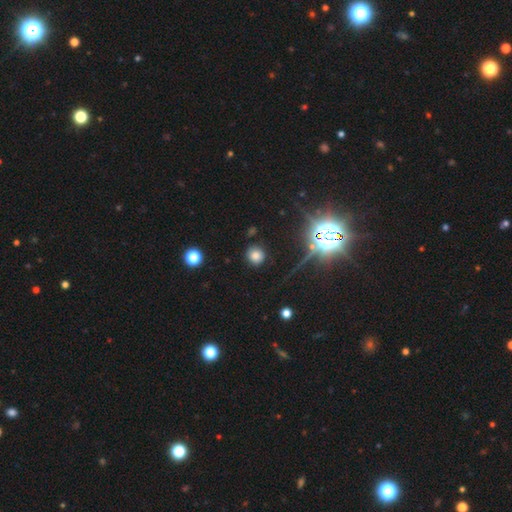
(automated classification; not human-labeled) Morphology: type=smooth (74%); roundness=round (90%); merging=none (87%).